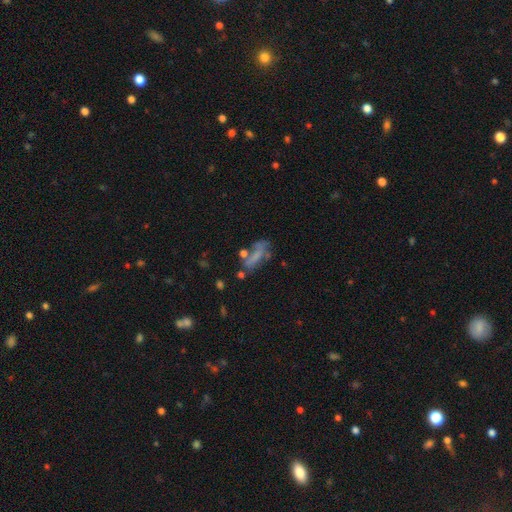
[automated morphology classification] The model was most divided on "smooth or featured": smooth: 48%, featured or disk: 37%, star or artifact: 15%. Remaining: merging — none (38%).